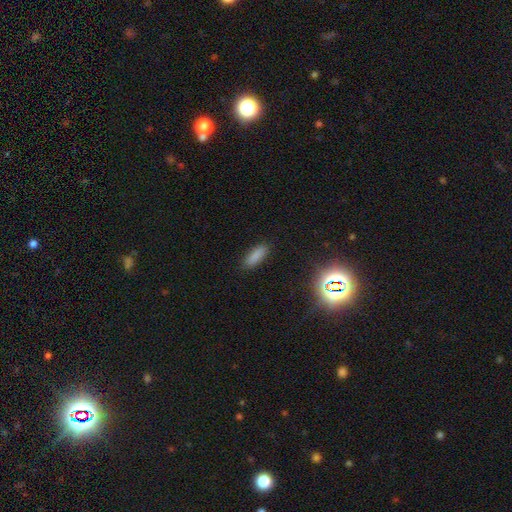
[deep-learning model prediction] Q: Smooth or featured?
A: smooth (84%); runner-up: star or artifact (11%)
Q: How rounded?
A: in between (57%); runner-up: cigar-shaped (41%)
Q: Merging?
A: none (87%); runner-up: minor disturbance (10%)